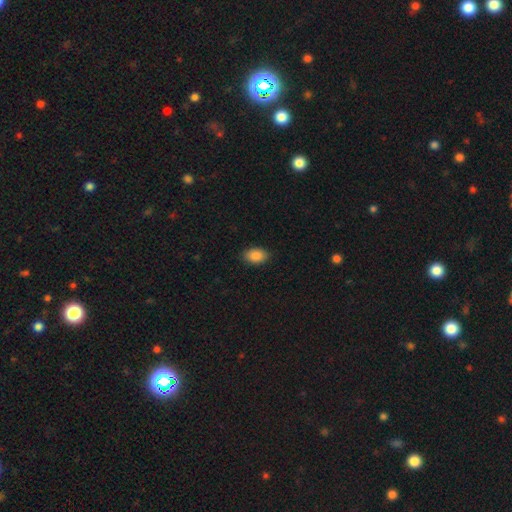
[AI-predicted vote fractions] Morphology: type=smooth (87%); roundness=in between (89%); merging=none (88%).